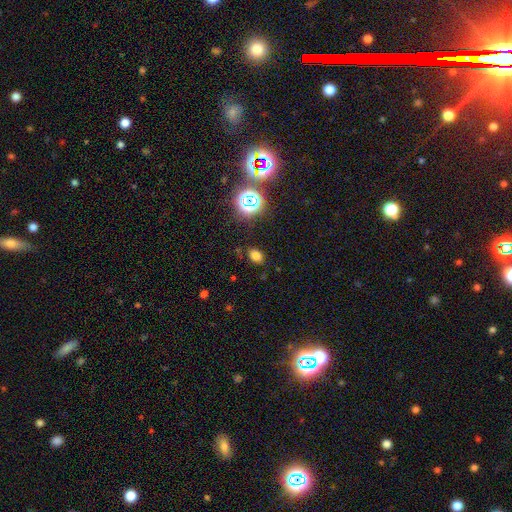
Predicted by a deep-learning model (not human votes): Smooth or featured? Predicted: smooth (p=0.72). How rounded? Predicted: in between (p=0.74). Merging? Predicted: none (p=0.83).